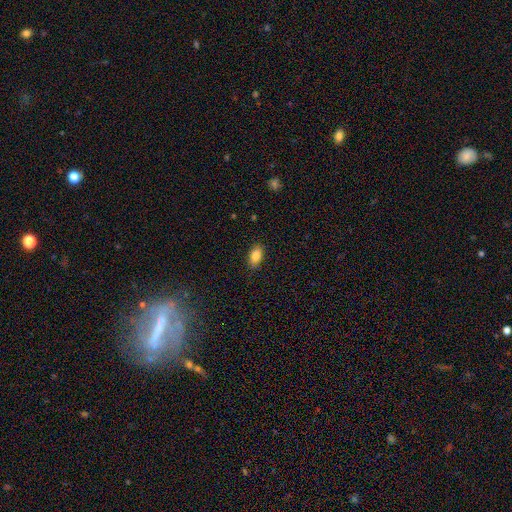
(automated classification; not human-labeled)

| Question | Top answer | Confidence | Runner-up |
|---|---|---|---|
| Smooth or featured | smooth | 85% | star or artifact (8%) |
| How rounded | in between | 90% | round (6%) |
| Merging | none | 87% | minor disturbance (10%) |